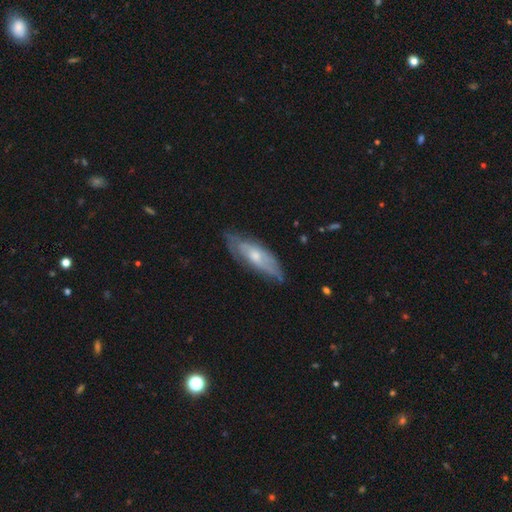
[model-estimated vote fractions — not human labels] Overall: featured or disk (58%; smooth 36%). Edge-on disk: no (68%; yes 32%). Merging: none (68%).